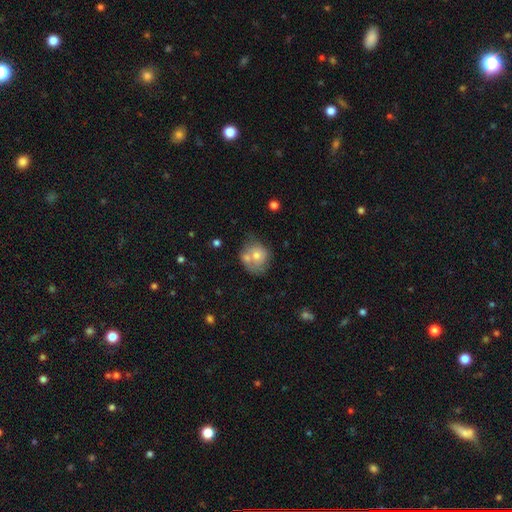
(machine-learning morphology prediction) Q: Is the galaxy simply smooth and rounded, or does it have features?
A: smooth — 62%.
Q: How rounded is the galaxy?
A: round — 74%.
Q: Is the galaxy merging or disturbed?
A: merger — 42%.